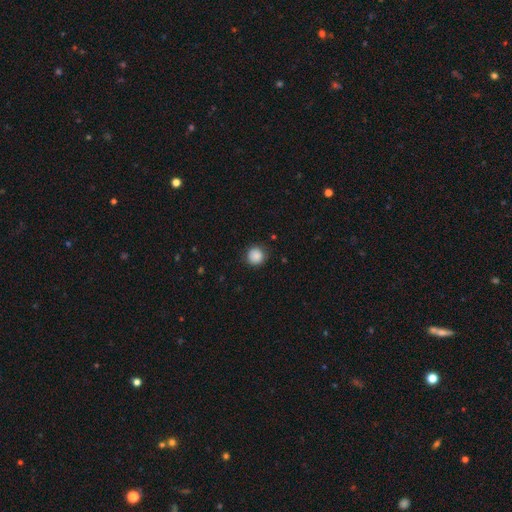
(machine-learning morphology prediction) This appears to be a smooth galaxy with no disk features (88%) that is round (93%). Merging: none (86%).